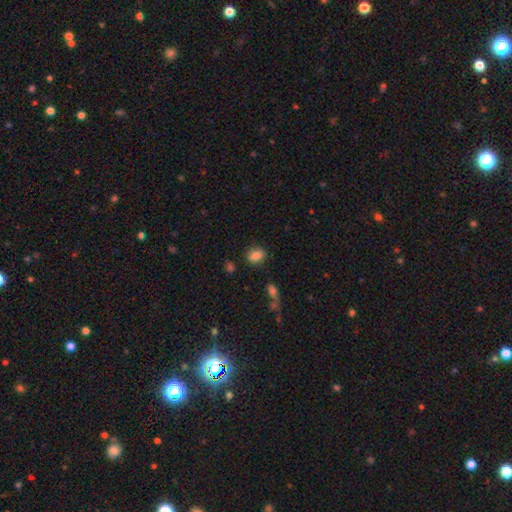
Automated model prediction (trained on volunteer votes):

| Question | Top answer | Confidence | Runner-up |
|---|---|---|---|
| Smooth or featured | smooth | 84% | star or artifact (10%) |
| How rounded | in between | 70% | round (28%) |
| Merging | none | 82% | minor disturbance (12%) |